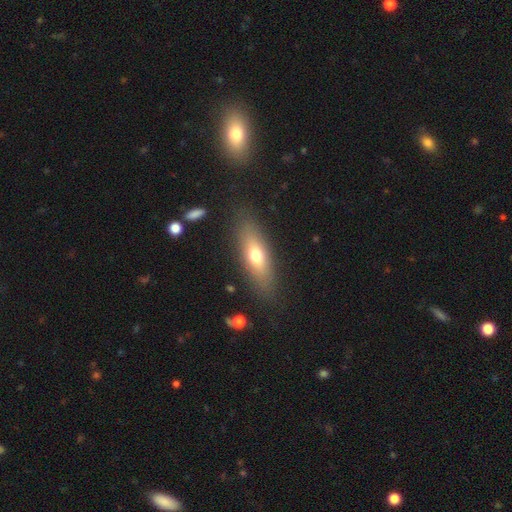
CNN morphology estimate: A smooth galaxy with no disk features (65%) that is in between round and cigar-shaped (59%). Merging: none (84%).